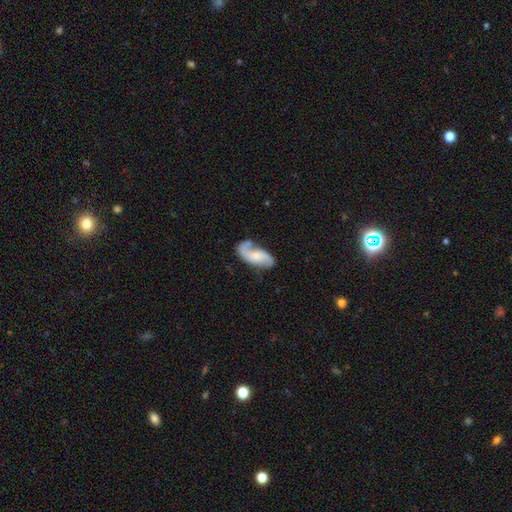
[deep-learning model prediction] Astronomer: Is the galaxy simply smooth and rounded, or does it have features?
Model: featured or disk — 76%.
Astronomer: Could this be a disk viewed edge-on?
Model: no — 96%.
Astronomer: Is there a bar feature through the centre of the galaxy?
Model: no — 56% (runner-up: weak, 34%).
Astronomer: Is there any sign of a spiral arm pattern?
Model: yes — 94%.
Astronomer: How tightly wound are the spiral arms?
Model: loose — 51% (runner-up: medium, 36%).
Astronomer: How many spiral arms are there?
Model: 2 — 88%.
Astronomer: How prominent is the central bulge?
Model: small — 42% (runner-up: moderate, 34%).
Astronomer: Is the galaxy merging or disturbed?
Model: none — 63%.